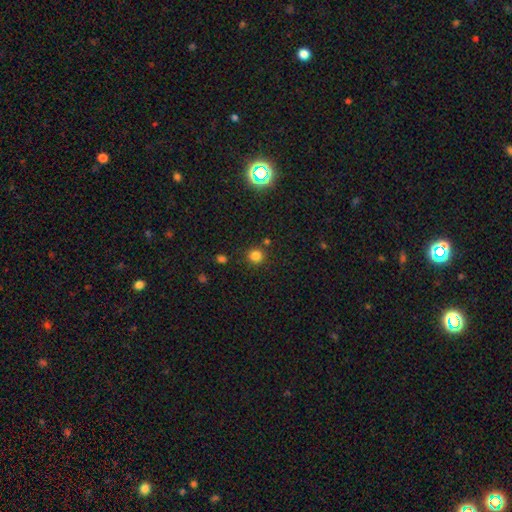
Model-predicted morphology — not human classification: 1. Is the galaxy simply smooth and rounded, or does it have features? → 81% smooth, 15% star or artifact, 5% featured or disk.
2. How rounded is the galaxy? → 93% round, 6% in between, 1% cigar-shaped.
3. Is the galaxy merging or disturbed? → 86% none, 7% minor disturbance, 5% merger, 2% major disturbance.